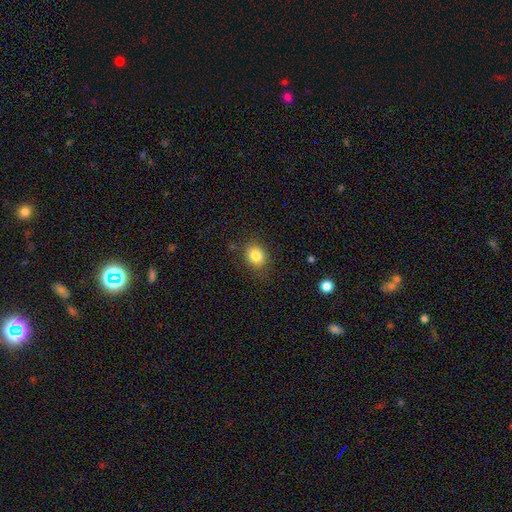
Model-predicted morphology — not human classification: A smooth galaxy with no disk features (73%) that is round (58%).

Vote fractions:
- Smooth or featured? smooth: 73% / star or artifact: 15% / featured or disk: 12%
- How rounded? round: 58% / in between: 40% / cigar-shaped: 2%
- Merging? none: 72% / minor disturbance: 14% / merger: 10% / major disturbance: 4%